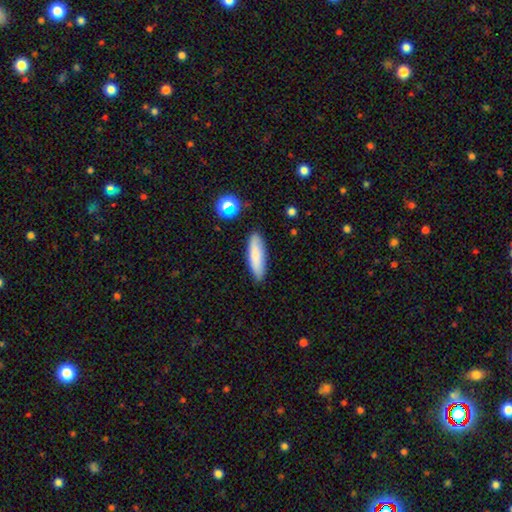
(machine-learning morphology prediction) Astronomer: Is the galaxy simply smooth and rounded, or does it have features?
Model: smooth — 80%.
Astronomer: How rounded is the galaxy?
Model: cigar-shaped — 59% (runner-up: in between, 39%).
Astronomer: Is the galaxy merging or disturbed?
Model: none — 85%.